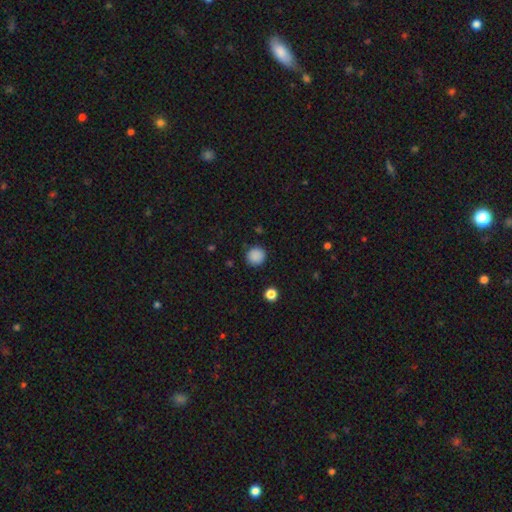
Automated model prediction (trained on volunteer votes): A smooth galaxy with no disk features (87%) that is round (93%).

Vote fractions:
- Smooth or featured? smooth: 87% / star or artifact: 11% / featured or disk: 3%
- How rounded? round: 93% / in between: 6% / cigar-shaped: 1%
- Merging? none: 88% / minor disturbance: 8% / major disturbance: 2% / merger: 1%